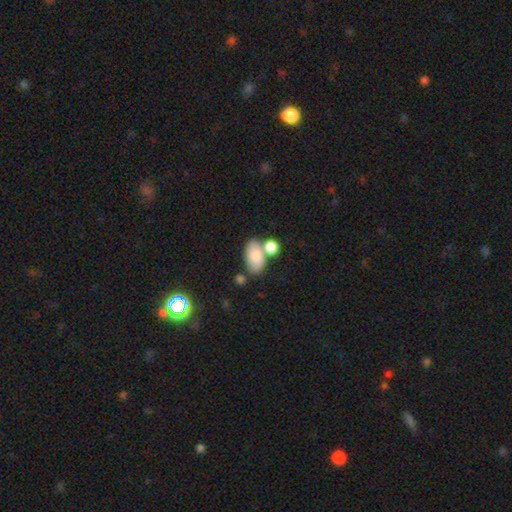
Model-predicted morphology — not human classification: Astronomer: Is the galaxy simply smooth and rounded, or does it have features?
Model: smooth — 79%.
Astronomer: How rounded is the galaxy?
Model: in between — 91%.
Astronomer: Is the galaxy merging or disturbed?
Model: none — 46% (runner-up: merger, 33%).